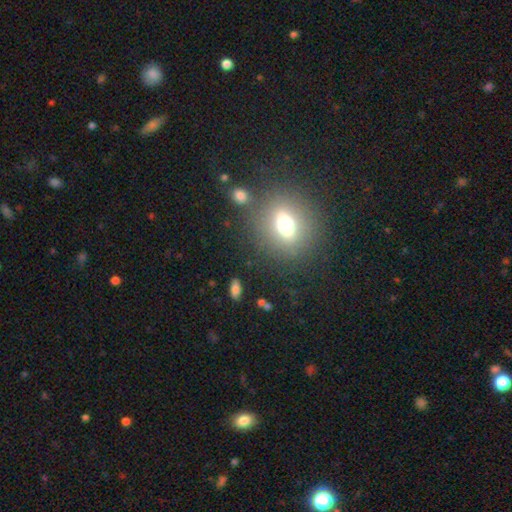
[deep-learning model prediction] The model was most divided on "how rounded": round: 64%, in between: 34%, cigar-shaped: 2%. More confident: merging — none (86%); smooth or featured — smooth (61%).